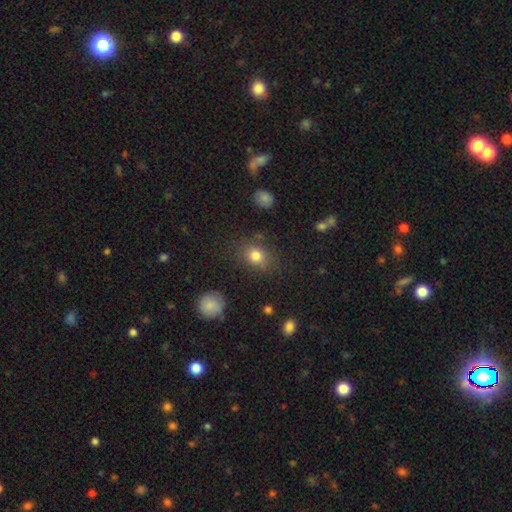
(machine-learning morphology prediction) smooth 80%, star or artifact 13%, featured or disk 7%. Down the decision tree: how rounded — round (55%); merging — none (78%).